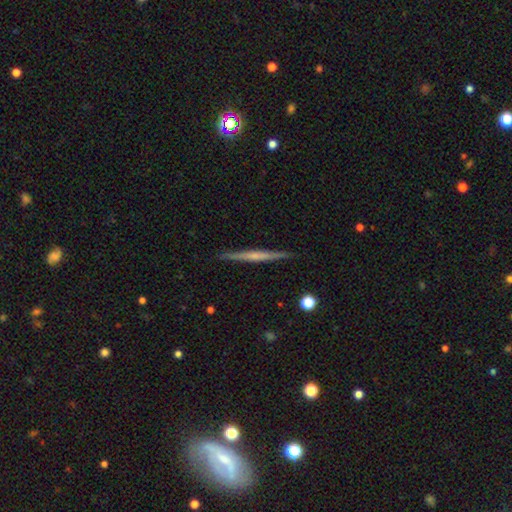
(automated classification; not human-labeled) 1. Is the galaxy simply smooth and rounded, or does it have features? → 62% featured or disk, 32% smooth, 6% star or artifact.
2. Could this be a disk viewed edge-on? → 98% yes, 2% no.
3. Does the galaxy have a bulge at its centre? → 56% none, 35% rounded, 9% boxy.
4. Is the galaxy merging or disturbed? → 91% none, 7% minor disturbance, 1% major disturbance, 1% merger.